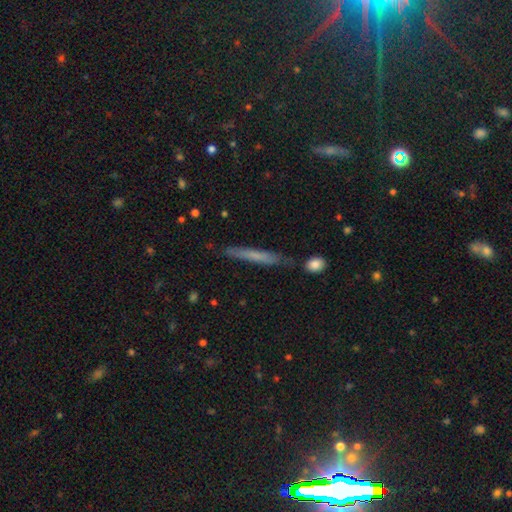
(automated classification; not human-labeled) Smooth or featured? Predicted: smooth (p=0.59). How rounded? Predicted: cigar-shaped (p=0.95). Merging? Predicted: none (p=0.80).